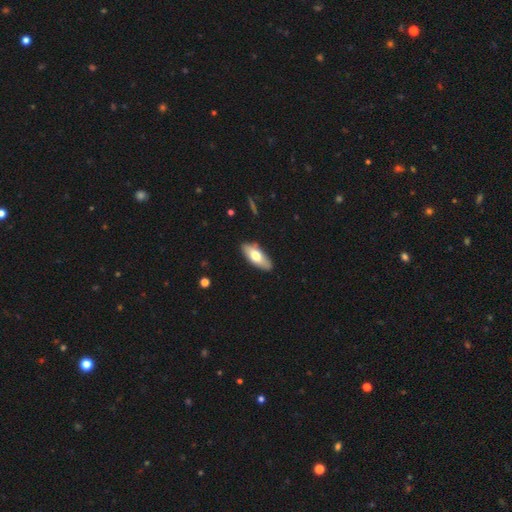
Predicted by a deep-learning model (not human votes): This appears to be a smooth galaxy with no disk features (67%) that is in between round and cigar-shaped (78%). Merging: none (86%).